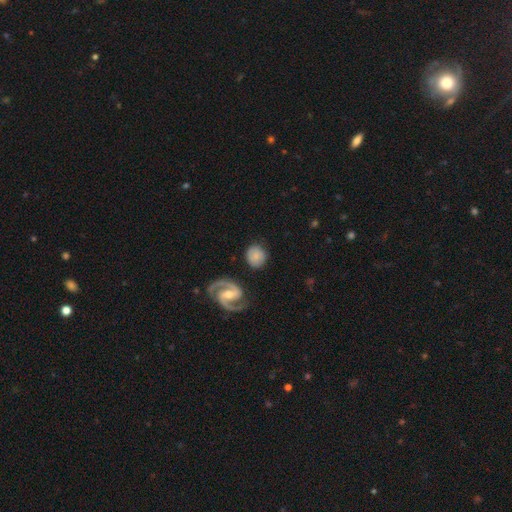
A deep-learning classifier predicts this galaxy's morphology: The model was most divided on "smooth or featured": smooth: 55%, featured or disk: 38%, star or artifact: 8%. More confident: merging — none (79%); how rounded — round (79%).